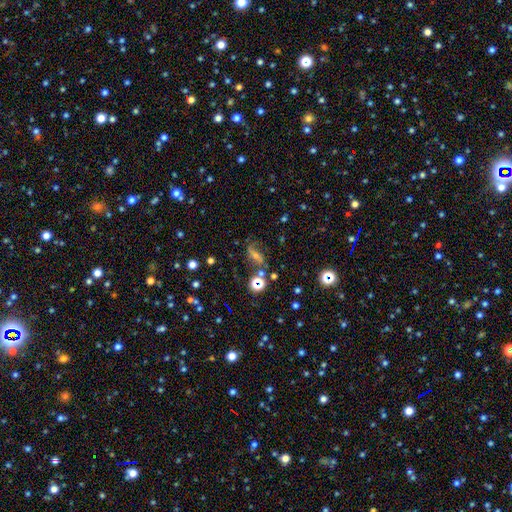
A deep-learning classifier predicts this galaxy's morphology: smooth-or-featured: featured or disk: 46% | star or artifact: 32% | smooth: 23%
  merging: none: 63% | minor disturbance: 18% | major disturbance: 12% | merger: 8%